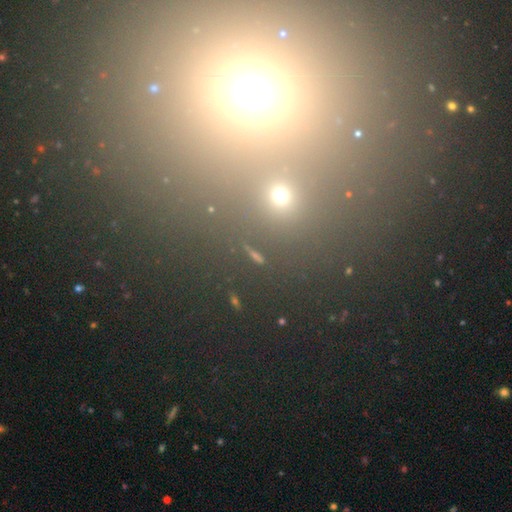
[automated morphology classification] Overall: star or artifact (63%; smooth 27%).